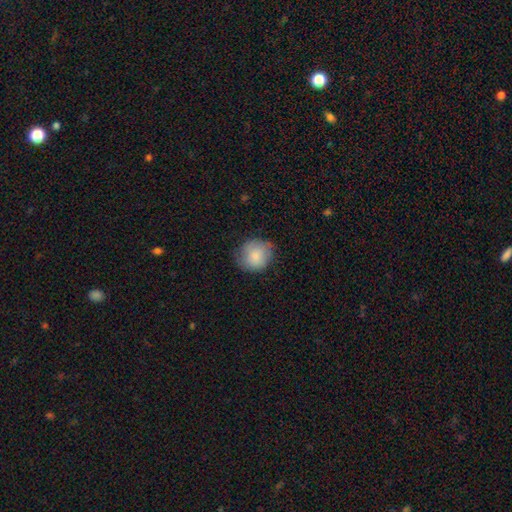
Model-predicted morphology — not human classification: Overall: smooth (83%). How rounded: round (82%). Merging: none (72%).